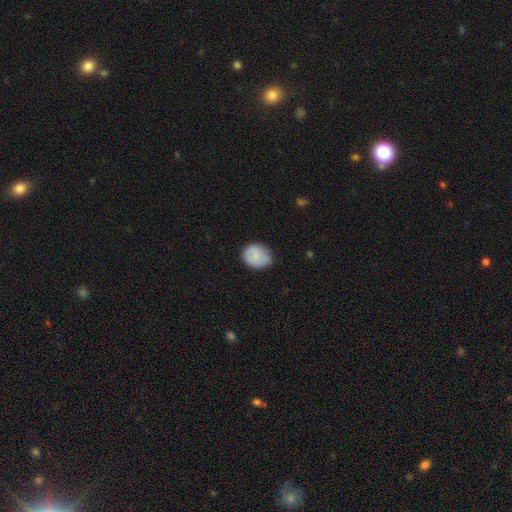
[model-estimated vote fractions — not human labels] Smooth or featured: smooth — 79% (featured or disk — 14%)
How rounded: round — 67% (in between — 32%)
Merging: none — 70% (minor disturbance — 24%)